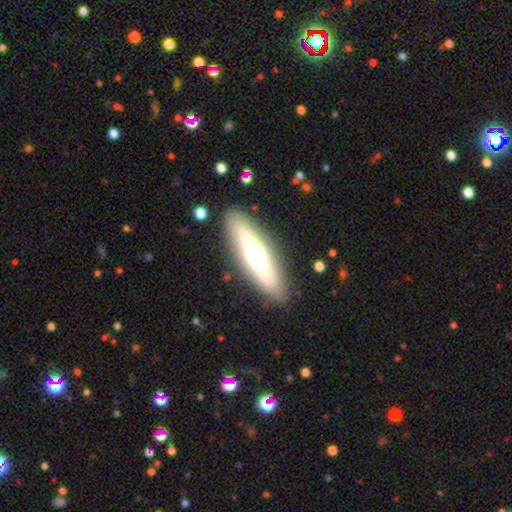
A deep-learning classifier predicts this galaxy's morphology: A featured or disk galaxy (50%) viewed edge-on (81%).

Vote fractions:
- Smooth or featured? featured or disk: 50% / smooth: 42% / star or artifact: 8%
- Edge-on disk? yes: 81% / no: 19%
- Merging? none: 86% / minor disturbance: 9% / major disturbance: 3% / merger: 2%